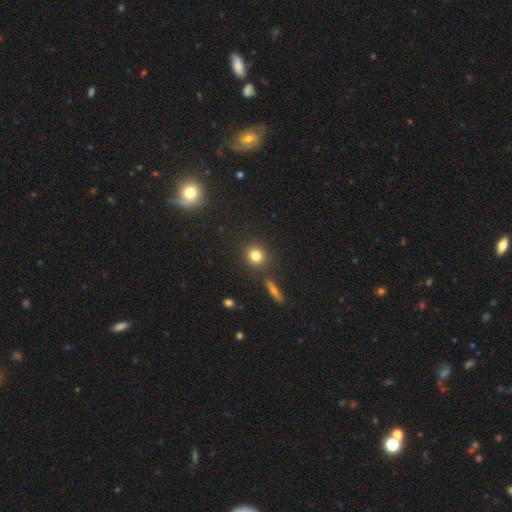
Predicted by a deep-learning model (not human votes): The model was most divided on "smooth or featured": smooth: 80%, star or artifact: 12%, featured or disk: 8%. More confident: how rounded — round (87%); merging — none (85%).